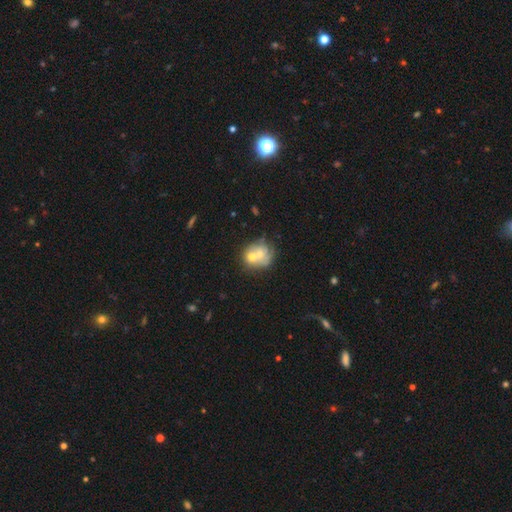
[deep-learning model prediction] Overall: smooth (57%; featured or disk 35%). How rounded: round (75%). Merging: merger (54%; none 30%).